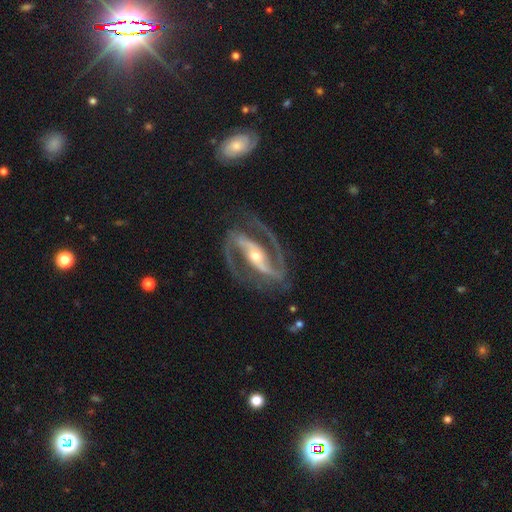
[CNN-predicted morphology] A featured or disk galaxy (93%) with a strong bar (71%), 2 (94%) medium (60%) spiral arms (98%) and a moderate central bulge (48%).

Vote fractions:
- Smooth or featured? featured or disk: 93% / star or artifact: 4% / smooth: 3%
- Edge-on disk? no: 96% / yes: 4%
- Bar? strong: 71% / weak: 17% / no: 12%
- Spiral arms? yes: 98% / no: 2%
- Spiral winding? medium: 60% / tight: 25% / loose: 14%
- Spiral arm count? 2: 94% / can't tell: 1% / 3: 1% / 1: 1% / 4: 1% / more than 4: 1%
- Bulge size? moderate: 48% / small: 47% / large: 3% / none: 1% / dominant: 1%
- Merging? none: 79% / minor disturbance: 12% / major disturbance: 6% / merger: 2%